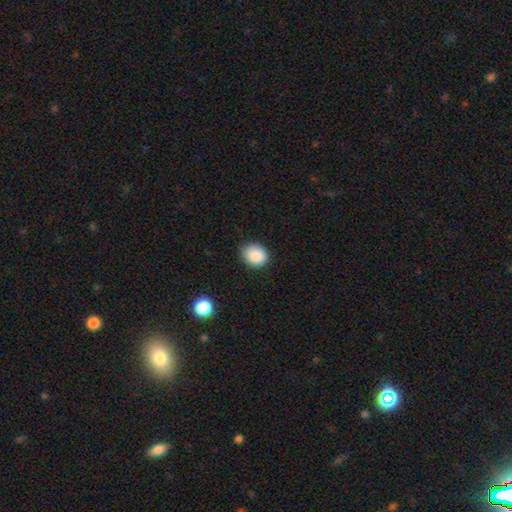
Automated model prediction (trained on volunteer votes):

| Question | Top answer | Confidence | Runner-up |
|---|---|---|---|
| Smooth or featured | smooth | 88% | star or artifact (9%) |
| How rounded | round | 56% | in between (44%) |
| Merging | none | 79% | minor disturbance (17%) |